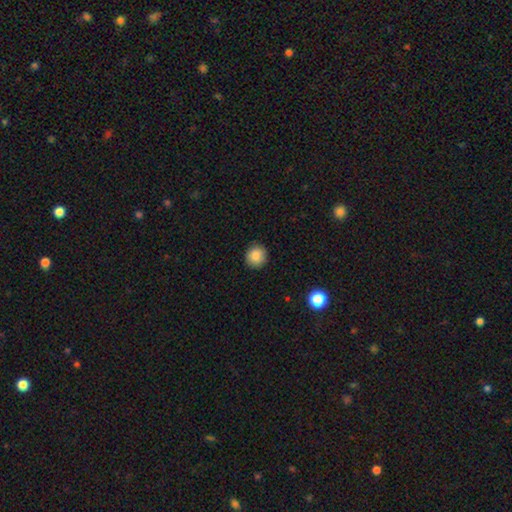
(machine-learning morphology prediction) This is clearly a smooth galaxy (87%). How rounded: clearly round (91%). Merging: clearly none (89%).